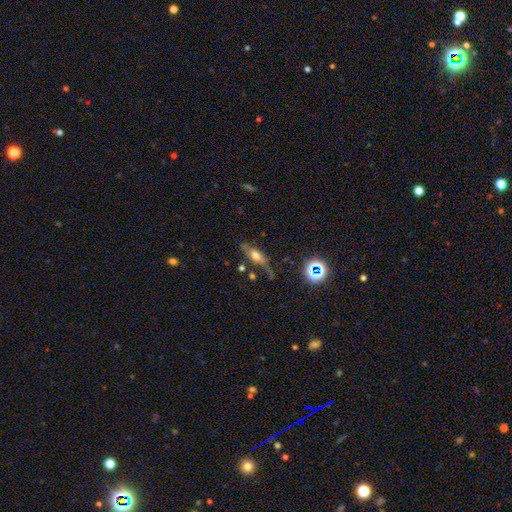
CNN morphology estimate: This appears to be a smooth galaxy with no disk features (44%). Merging: none (53%).